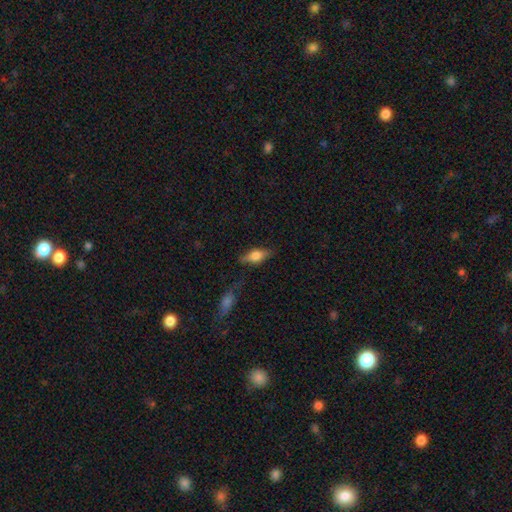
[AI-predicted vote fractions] A smooth galaxy with no disk features (59%) that is in between round and cigar-shaped (75%).

Vote fractions:
- Smooth or featured? smooth: 59% / featured or disk: 33% / star or artifact: 8%
- How rounded? in between: 75% / cigar-shaped: 20% / round: 5%
- Merging? none: 73% / minor disturbance: 18% / major disturbance: 5% / merger: 4%